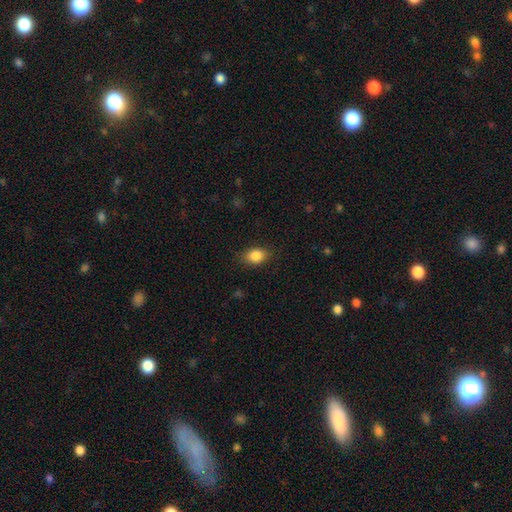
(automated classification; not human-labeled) Morphology: type=smooth (86%); roundness=in between (69%); merging=none (83%).